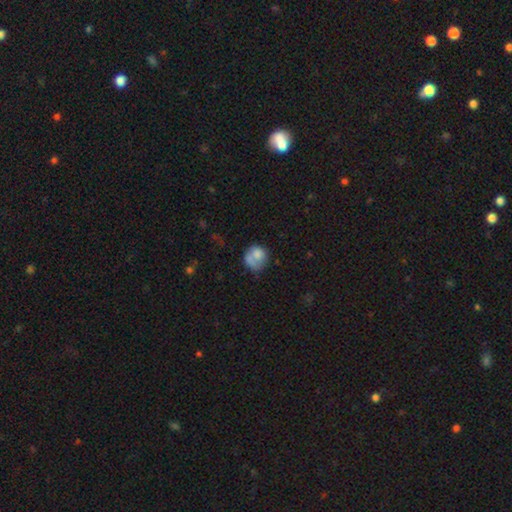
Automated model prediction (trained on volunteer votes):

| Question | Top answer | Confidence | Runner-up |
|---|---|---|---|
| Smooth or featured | smooth | 71% | featured or disk (20%) |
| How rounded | round | 74% | in between (25%) |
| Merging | none | 41% | minor disturbance (22%) |